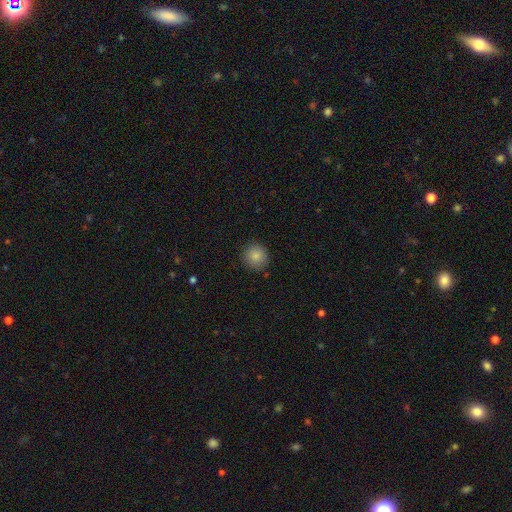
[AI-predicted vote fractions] smooth-or-featured: smooth: 85% | star or artifact: 10% | featured or disk: 5%
  how-rounded: round: 93% | in between: 6% | cigar-shaped: 1%
  merging: none: 90% | minor disturbance: 7% | major disturbance: 2% | merger: 1%